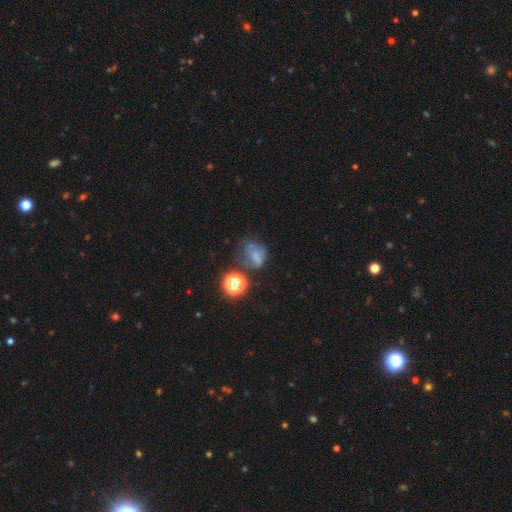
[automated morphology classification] Q: Smooth or featured?
A: smooth (41%); runner-up: featured or disk (35%)
Q: Merging?
A: none (36%); runner-up: major disturbance (30%)